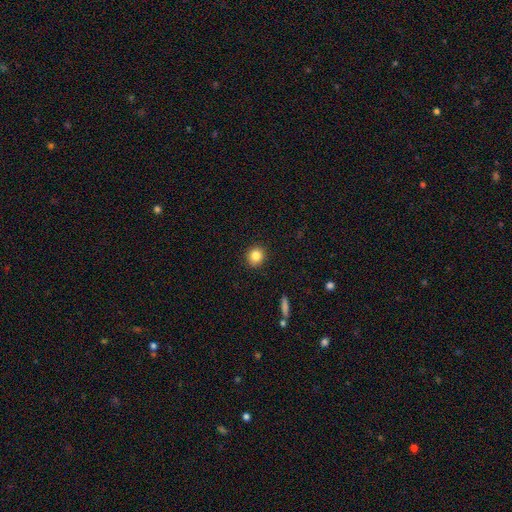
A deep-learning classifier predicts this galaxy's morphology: This is clearly a smooth galaxy (84%). How rounded: clearly round (87%). Merging: clearly none (91%).